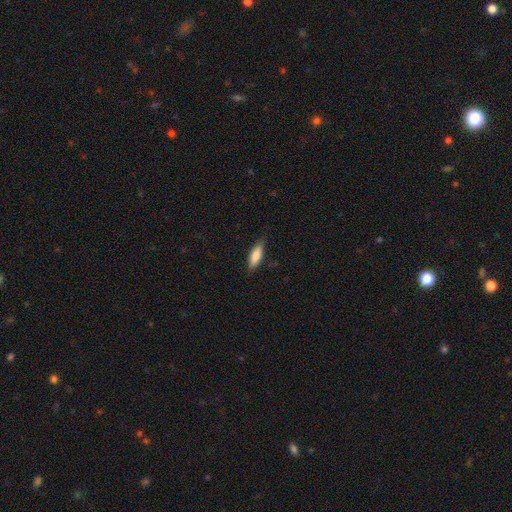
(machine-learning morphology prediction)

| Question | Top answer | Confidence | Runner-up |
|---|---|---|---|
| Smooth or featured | smooth | 79% | featured or disk (15%) |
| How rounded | in between | 55% | cigar-shaped (44%) |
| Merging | none | 79% | minor disturbance (17%) |